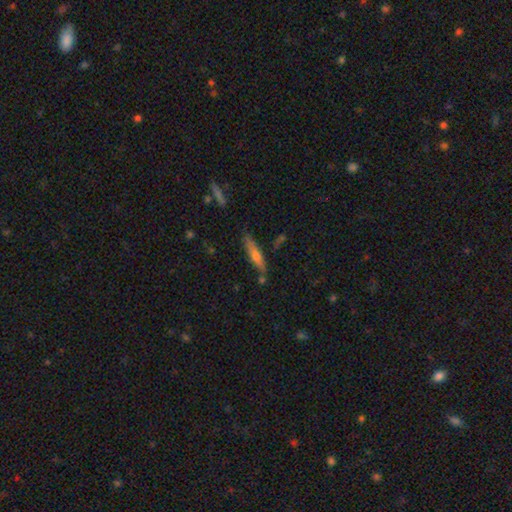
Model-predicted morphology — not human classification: Smooth or featured?
  - smooth: 49% *
  - featured or disk: 43%
  - star or artifact: 7%
Merging?
  - none: 75% *
  - minor disturbance: 16%
  - merger: 6%
  - major disturbance: 3%